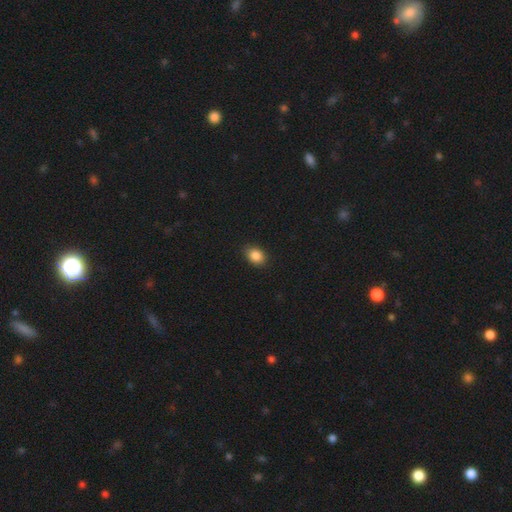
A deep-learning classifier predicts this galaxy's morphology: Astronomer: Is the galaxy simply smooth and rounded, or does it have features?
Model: smooth — 87%.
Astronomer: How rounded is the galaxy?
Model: in between — 69%.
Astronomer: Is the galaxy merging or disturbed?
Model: none — 86%.